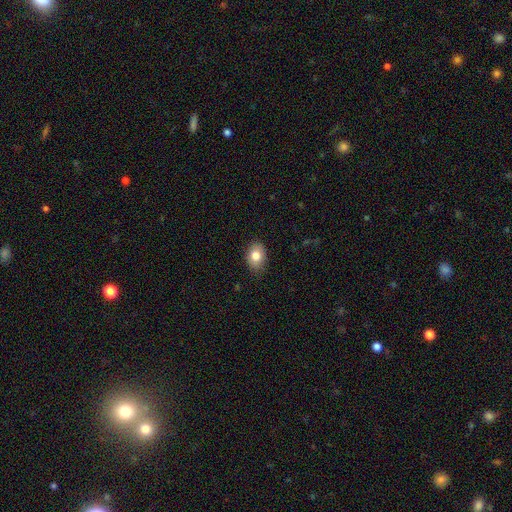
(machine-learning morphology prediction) This appears to be a smooth galaxy with no disk features (81%) that is in between round and cigar-shaped (75%). Merging: none (84%).